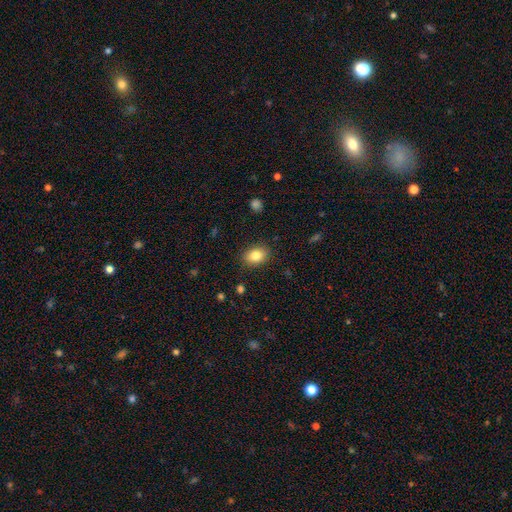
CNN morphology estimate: Overall: smooth (83%). How rounded: in between (78%). Merging: none (87%).